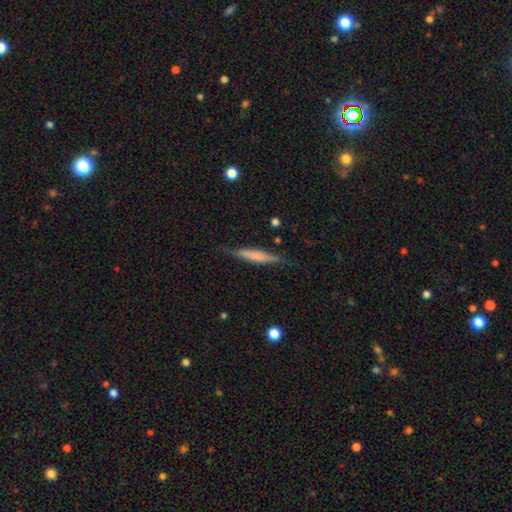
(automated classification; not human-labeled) Morphology: type=smooth (52%); roundness=cigar-shaped (92%); merging=none (81%).